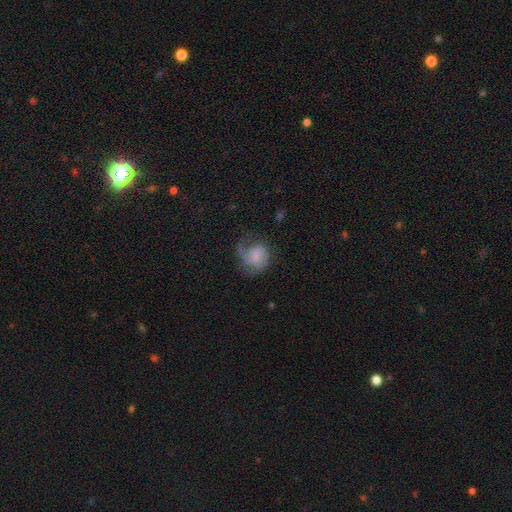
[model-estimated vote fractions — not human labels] Smooth or featured: featured or disk — 55% (smooth — 37%)
Edge-on disk: no — 98% (yes — 2%)
Bar: no — 55% (weak — 38%)
Spiral arms: yes — 83% (no — 17%)
Bulge size: small — 39% (none — 27%)
Merging: none — 41% (major disturbance — 32%)